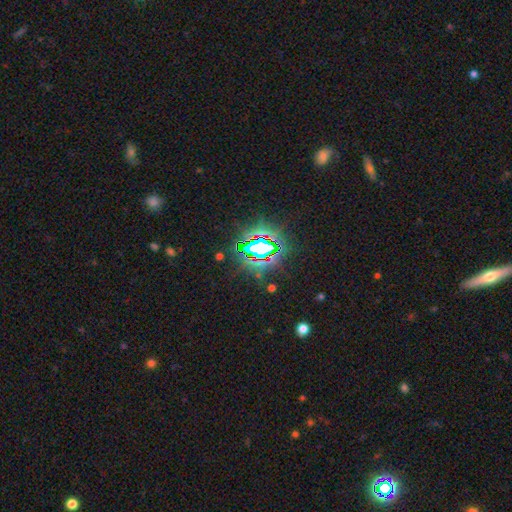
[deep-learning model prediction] The model was most divided on "smooth or featured": star or artifact: 84%, smooth: 9%, featured or disk: 7%.